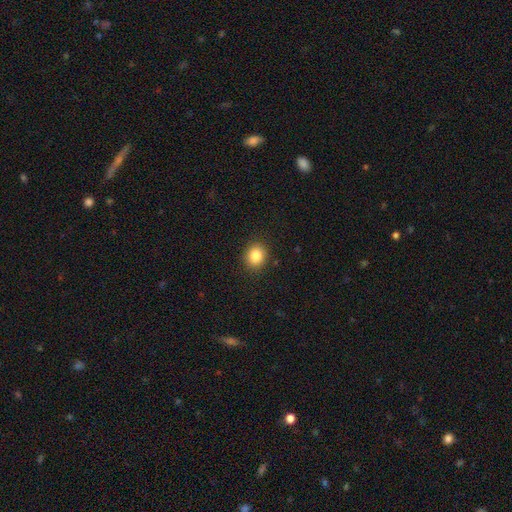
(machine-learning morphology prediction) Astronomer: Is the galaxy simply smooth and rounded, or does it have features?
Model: smooth — 85%.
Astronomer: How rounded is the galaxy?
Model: round — 68%.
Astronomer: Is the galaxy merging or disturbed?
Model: none — 89%.